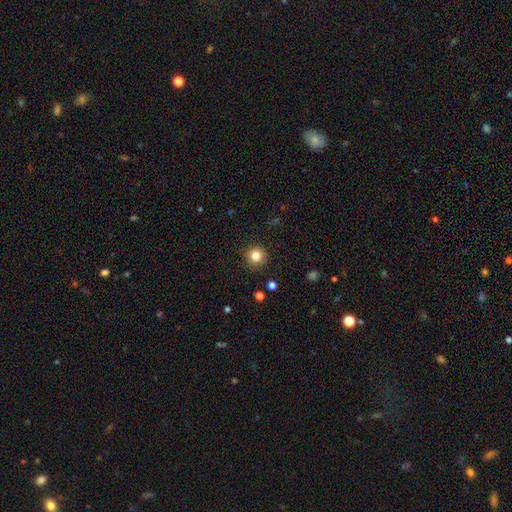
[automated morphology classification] A smooth galaxy with no disk features (83%) that is round (94%).

Vote fractions:
- Smooth or featured? smooth: 83% / star or artifact: 11% / featured or disk: 5%
- How rounded? round: 94% / in between: 5% / cigar-shaped: 1%
- Merging? none: 91% / minor disturbance: 6% / major disturbance: 2% / merger: 1%